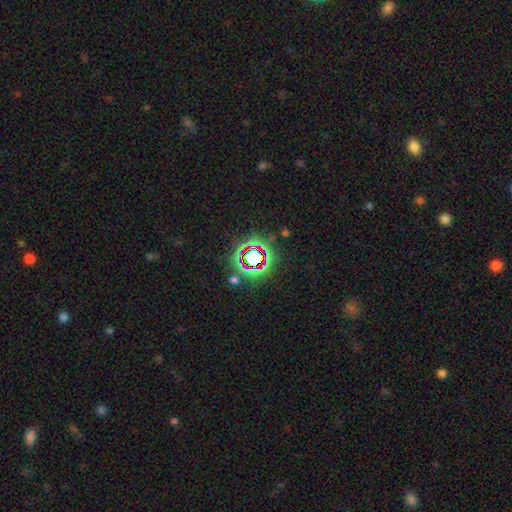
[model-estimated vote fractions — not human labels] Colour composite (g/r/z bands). It shows a star or artifact, not a galaxy (76%).